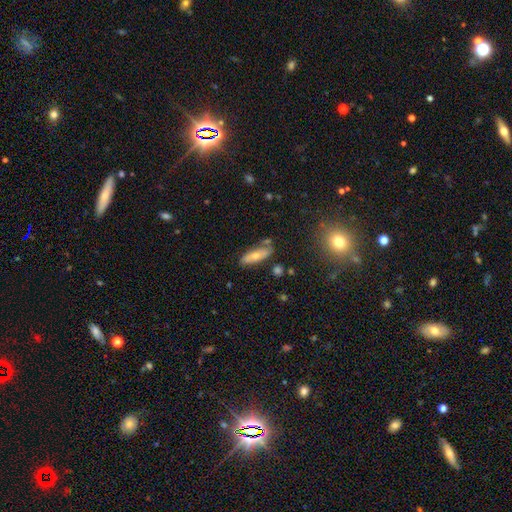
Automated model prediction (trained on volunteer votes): smooth 58%, featured or disk 34%, star or artifact 8%. Down the decision tree: how rounded — in between (59%); merging — none (70%).